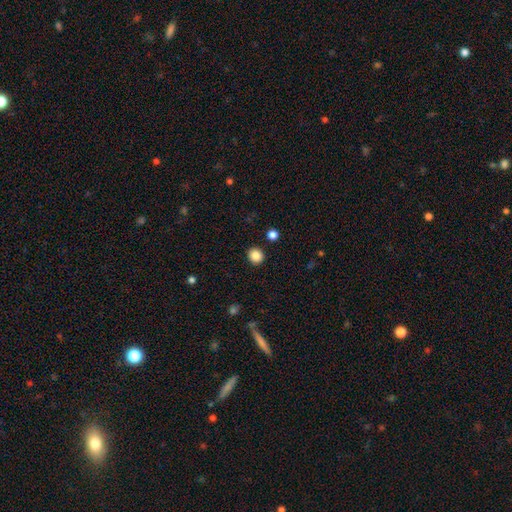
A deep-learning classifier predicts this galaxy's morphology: smooth 86%, star or artifact 10%, featured or disk 4%. Down the decision tree: how rounded — round (86%); merging — none (91%).